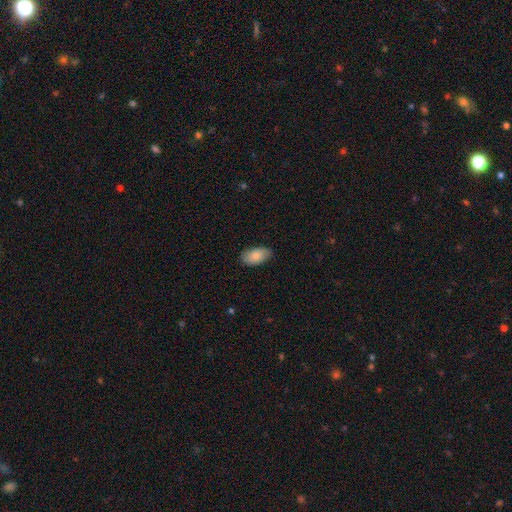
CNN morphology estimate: type=smooth (81%); roundness=in between (94%); merging=none (81%).